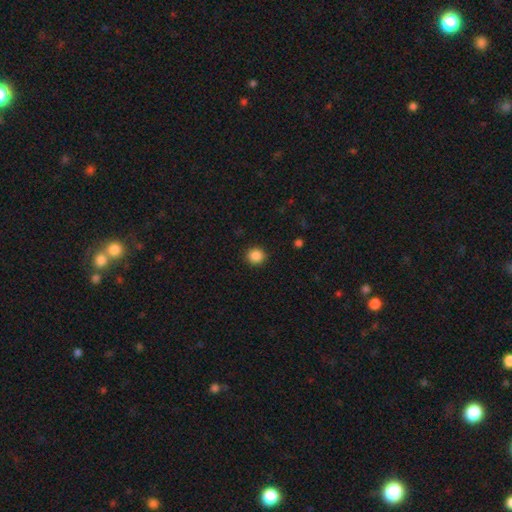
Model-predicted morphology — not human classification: Smooth or featured?
  - smooth: 87% *
  - star or artifact: 10%
  - featured or disk: 3%
How rounded?
  - round: 91% *
  - in between: 8%
  - cigar-shaped: 1%
Merging?
  - none: 91% *
  - minor disturbance: 6%
  - major disturbance: 2%
  - merger: 1%